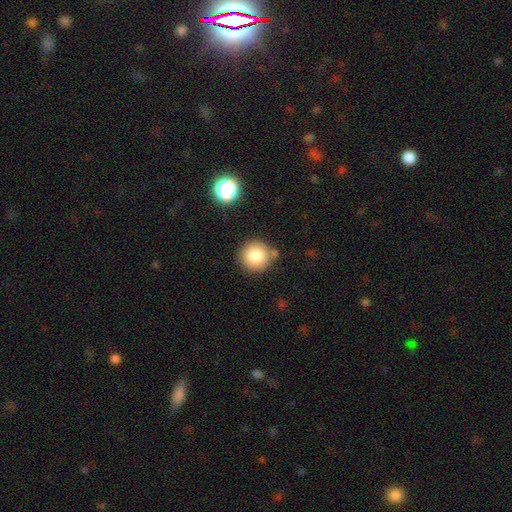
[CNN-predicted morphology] Smooth or featured?
  - smooth: 82% *
  - star or artifact: 10%
  - featured or disk: 8%
How rounded?
  - round: 95% *
  - in between: 4%
  - cigar-shaped: 1%
Merging?
  - none: 80% *
  - minor disturbance: 10%
  - merger: 6%
  - major disturbance: 3%